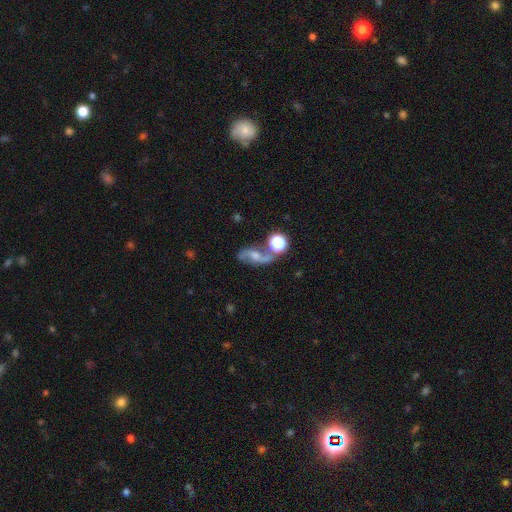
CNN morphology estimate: Overall: featured or disk (70%). Edge-on disk: no (93%). Bar: no (53%; weak 33%). Spiral arms: yes (90%). Spiral arm count: 2 (89%). Spiral winding: loose (58%; medium 31%). Bulge size: moderate (50%; small 36%). Merging: none (59%).